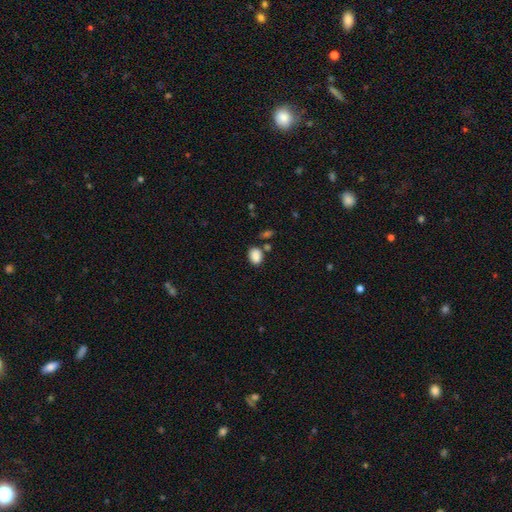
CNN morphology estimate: This is clearly a smooth galaxy (88%). How rounded: likely in between (78%). Merging: likely none (72%).